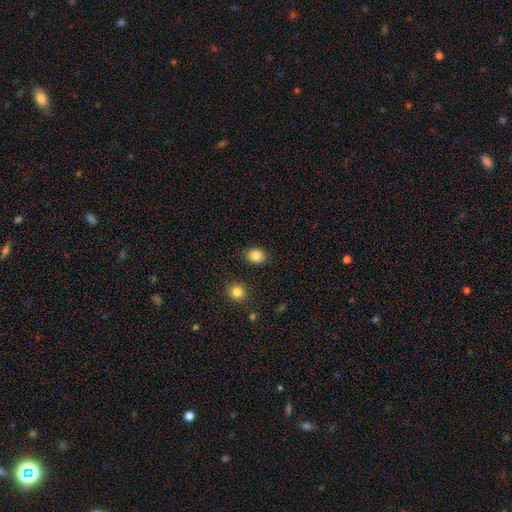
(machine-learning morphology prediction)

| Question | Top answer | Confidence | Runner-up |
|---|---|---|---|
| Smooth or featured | smooth | 86% | star or artifact (9%) |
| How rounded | in between | 52% | round (47%) |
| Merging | none | 85% | minor disturbance (10%) |